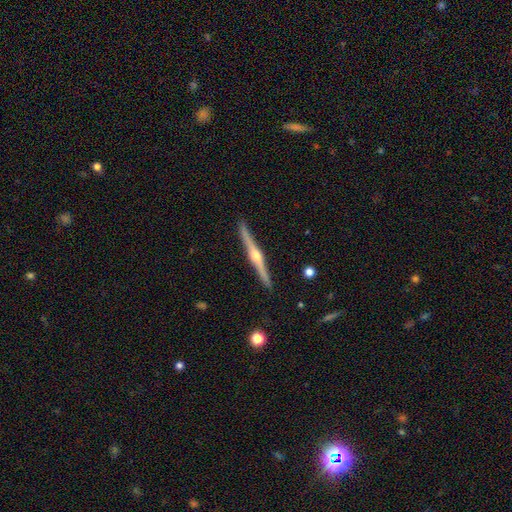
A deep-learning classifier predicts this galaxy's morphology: This is clearly a featured or disk galaxy (84%). It is clearly viewed edge-on (98%). Edge-on bulge: clearly rounded (93%). Merging: clearly none (92%).